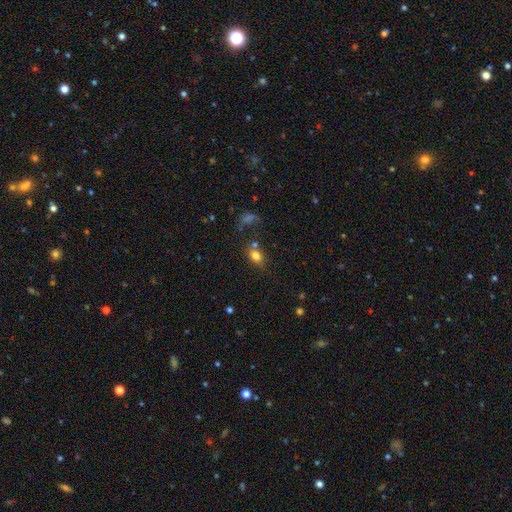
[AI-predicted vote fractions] Smooth or featured? Predicted: smooth (p=0.79). How rounded? Predicted: in between (p=0.75). Merging? Predicted: none (p=0.61).